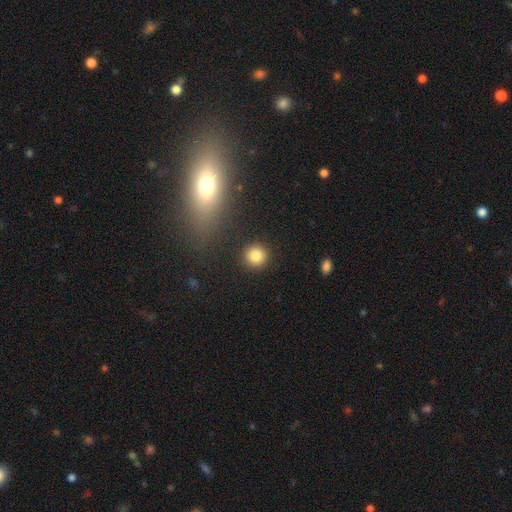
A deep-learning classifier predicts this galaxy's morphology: Q: Smooth or featured?
A: smooth (85%); runner-up: star or artifact (11%)
Q: How rounded?
A: round (94%); runner-up: in between (5%)
Q: Merging?
A: none (91%); runner-up: minor disturbance (5%)